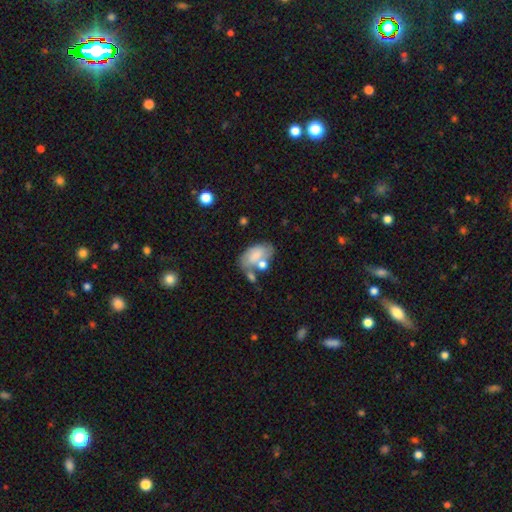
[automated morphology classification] The model was most divided on "merging": none: 39%, merger: 29%, minor disturbance: 21%, major disturbance: 11%. More confident: how rounded — in between (91%); smooth or featured — smooth (69%).